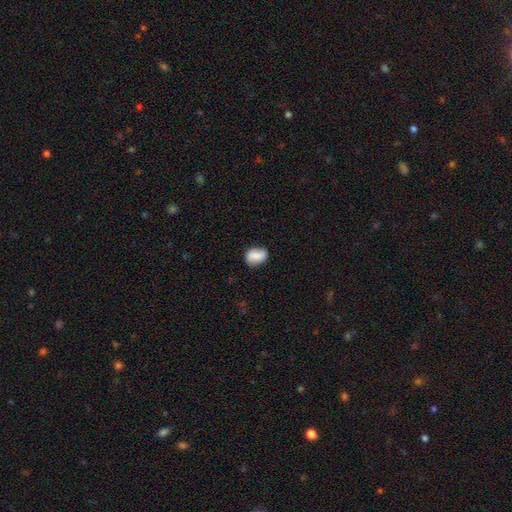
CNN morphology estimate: smooth 77%, featured or disk 15%, star or artifact 8%. Down the decision tree: how rounded — in between (69%); merging — none (75%).